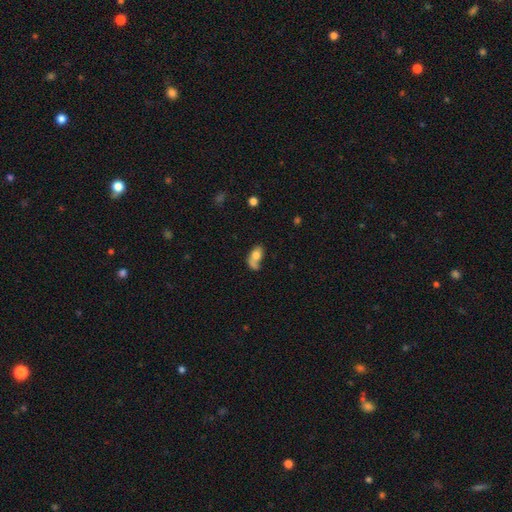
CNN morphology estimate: Overall: smooth (69%). How rounded: in between (80%). Merging: merger (31%; none 28%).